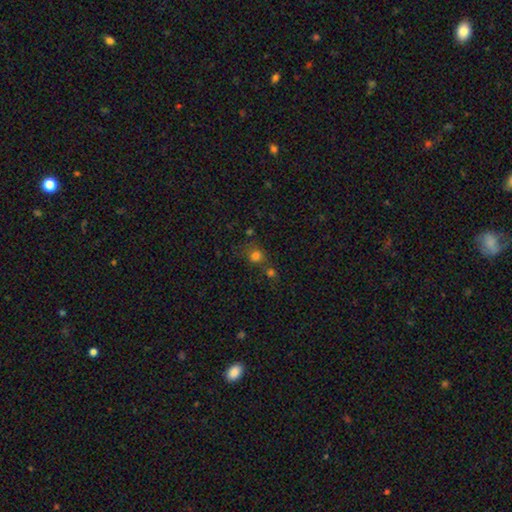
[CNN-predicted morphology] Smooth or featured: smooth — 74% (star or artifact — 19%)
How rounded: round — 81% (in between — 17%)
Merging: none — 54% (merger — 28%)